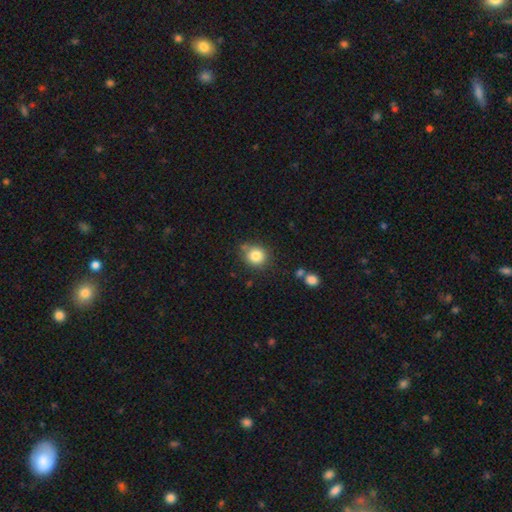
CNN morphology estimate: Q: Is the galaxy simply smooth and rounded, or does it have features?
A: smooth — 83%.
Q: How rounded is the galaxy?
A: round — 84%.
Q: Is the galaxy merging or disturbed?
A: none — 75%.